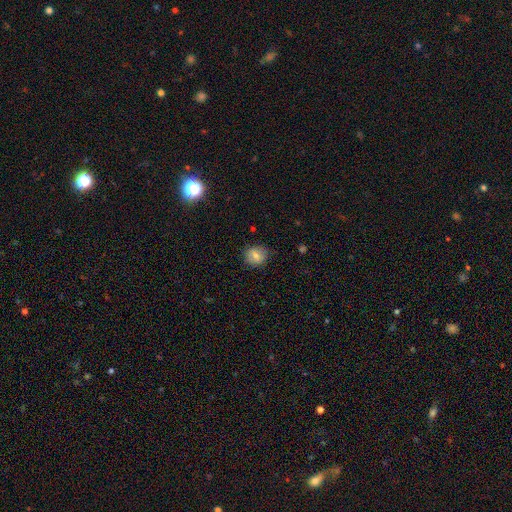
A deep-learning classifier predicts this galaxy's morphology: A smooth galaxy with no disk features (73%) that is round (75%).

Vote fractions:
- Smooth or featured? smooth: 73% / featured or disk: 17% / star or artifact: 10%
- How rounded? round: 75% / in between: 24% / cigar-shaped: 1%
- Merging? none: 82% / minor disturbance: 13% / major disturbance: 3% / merger: 1%